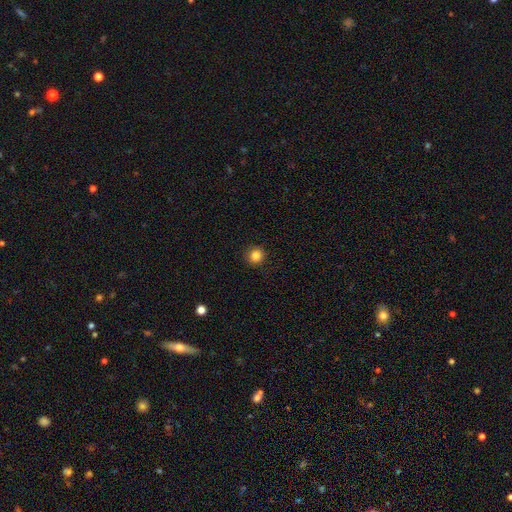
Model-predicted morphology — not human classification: This appears to be a smooth galaxy with no disk features (85%) that is round (94%). Merging: none (92%).